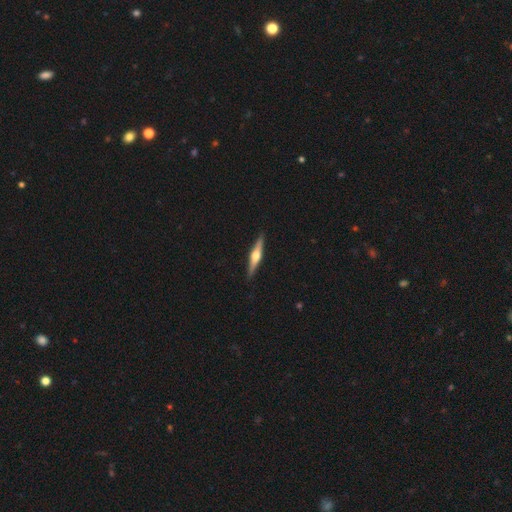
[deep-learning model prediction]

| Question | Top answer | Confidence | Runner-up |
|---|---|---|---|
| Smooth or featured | featured or disk | 72% | smooth (23%) |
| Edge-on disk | yes | 98% | no (2%) |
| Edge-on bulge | rounded | 93% | boxy (4%) |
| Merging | none | 91% | minor disturbance (6%) |